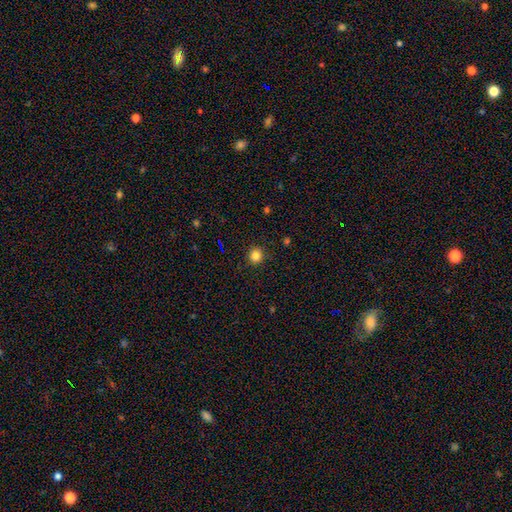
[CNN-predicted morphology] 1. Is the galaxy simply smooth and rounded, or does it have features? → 83% smooth, 12% star or artifact, 5% featured or disk.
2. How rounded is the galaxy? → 92% round, 7% in between, 1% cigar-shaped.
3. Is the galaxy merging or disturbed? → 91% none, 6% minor disturbance, 2% major disturbance, 1% merger.